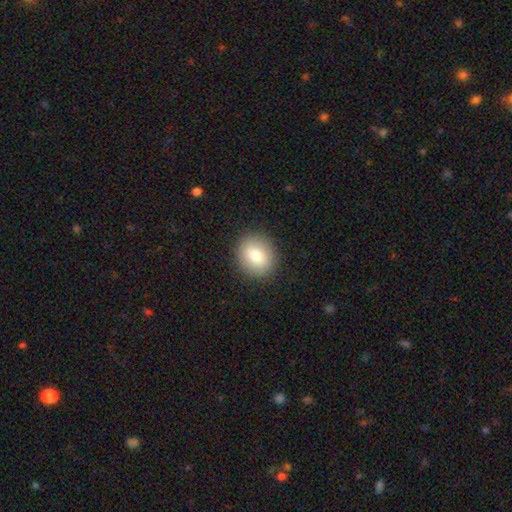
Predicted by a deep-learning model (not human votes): Morphology: type=smooth (80%); roundness=round (68%); merging=none (89%).